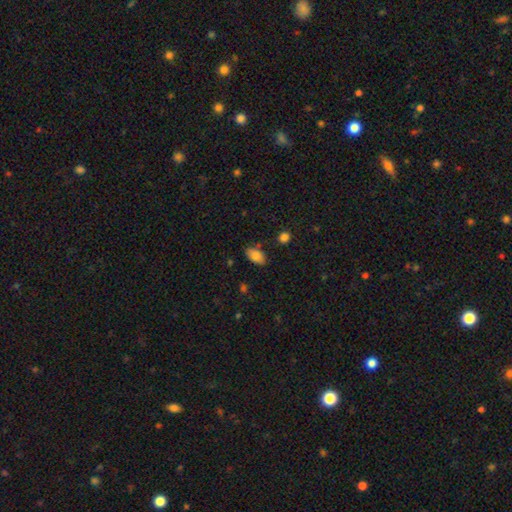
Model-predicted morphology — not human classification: Overall: smooth (82%). How rounded: in between (91%). Merging: none (74%).